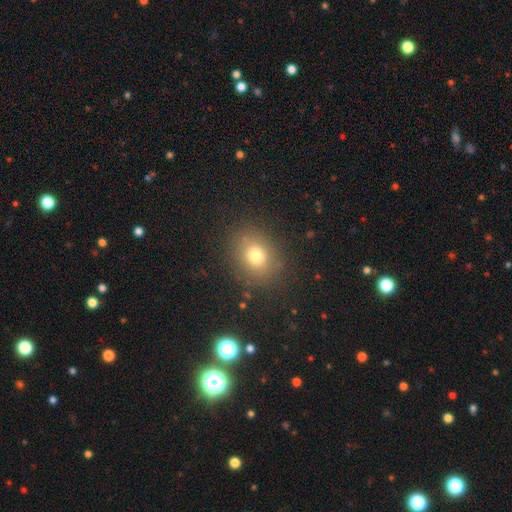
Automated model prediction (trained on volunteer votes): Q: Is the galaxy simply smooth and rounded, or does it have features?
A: smooth — 75%.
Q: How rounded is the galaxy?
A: round — 61%.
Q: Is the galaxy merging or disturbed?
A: none — 85%.